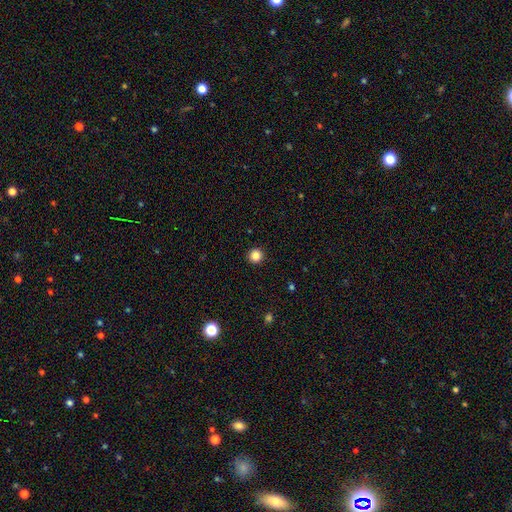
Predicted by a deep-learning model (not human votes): A smooth galaxy with no disk features (85%) that is round (96%). Merging: none (93%).